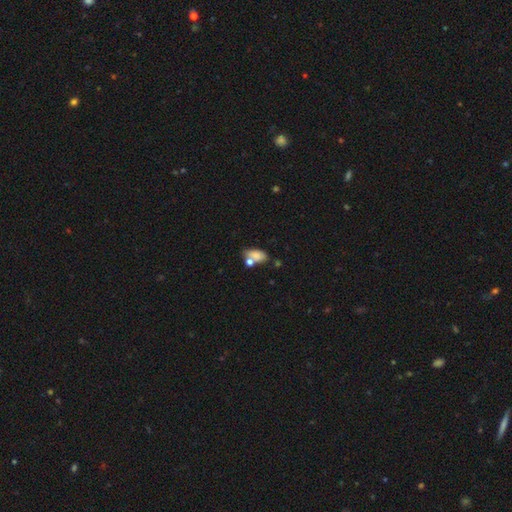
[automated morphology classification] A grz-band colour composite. It shows a smooth galaxy with no disk features (76%) that is in between round and cigar-shaped (87%). Merging: none (40%).